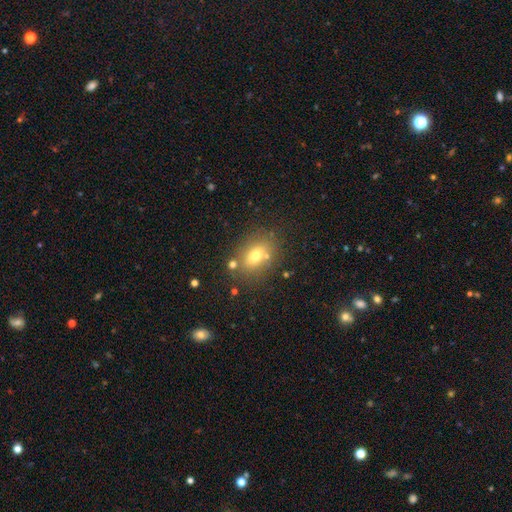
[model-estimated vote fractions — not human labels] Smooth or featured? Predicted: smooth (p=0.69). How rounded? Predicted: in between (p=0.70). Merging? Predicted: none (p=0.74).